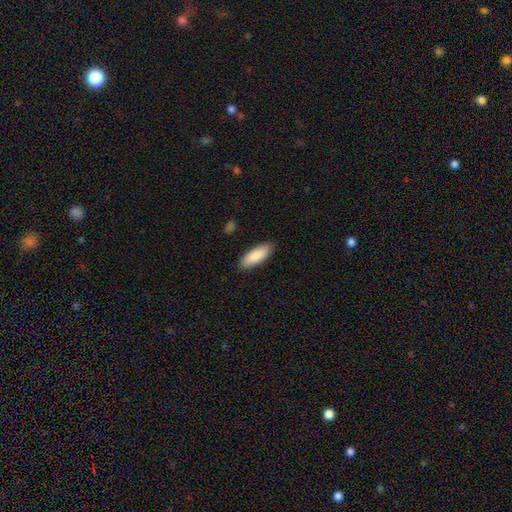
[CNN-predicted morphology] This is clearly a smooth galaxy (86%). How rounded: likely in between (69%). Merging: clearly none (88%).